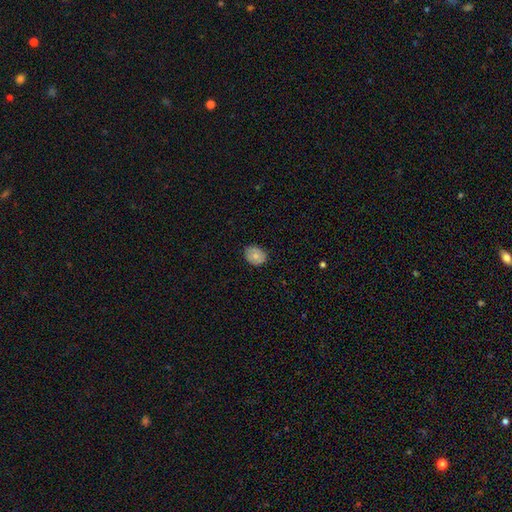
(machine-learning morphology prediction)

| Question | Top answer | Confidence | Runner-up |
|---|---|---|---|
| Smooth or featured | smooth | 73% | featured or disk (19%) |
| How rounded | in between | 51% | round (48%) |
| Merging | none | 82% | minor disturbance (14%) |